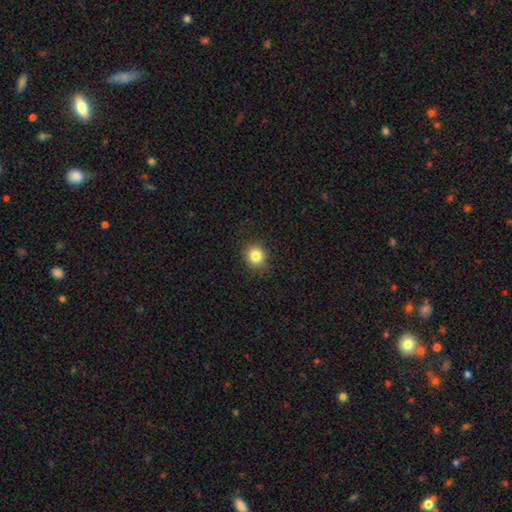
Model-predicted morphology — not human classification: Q: Smooth or featured?
A: smooth (83%); runner-up: star or artifact (11%)
Q: How rounded?
A: round (84%); runner-up: in between (15%)
Q: Merging?
A: none (88%); runner-up: minor disturbance (9%)